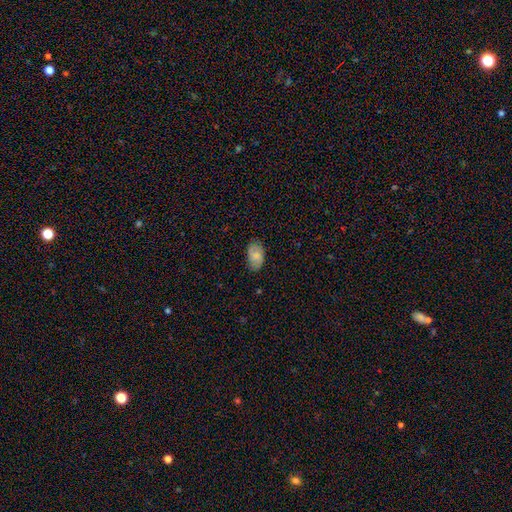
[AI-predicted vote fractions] Overall: smooth (71%). How rounded: in between (92%). Merging: none (78%).